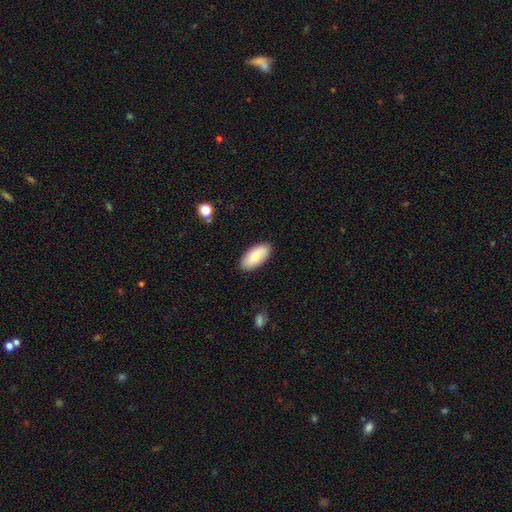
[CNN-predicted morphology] The model was most divided on "smooth or featured": smooth: 76%, featured or disk: 18%, star or artifact: 6%. More confident: how rounded — in between (93%); merging — none (88%).